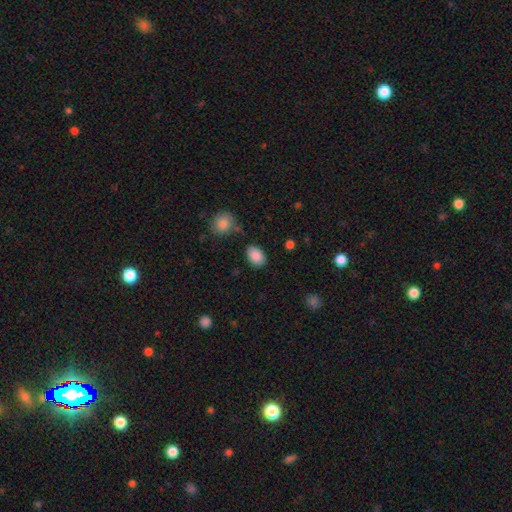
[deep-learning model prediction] The model was most divided on "how rounded": in between: 82%, round: 17%, cigar-shaped: 1%. More confident: smooth or featured — smooth (88%); merging — none (80%).